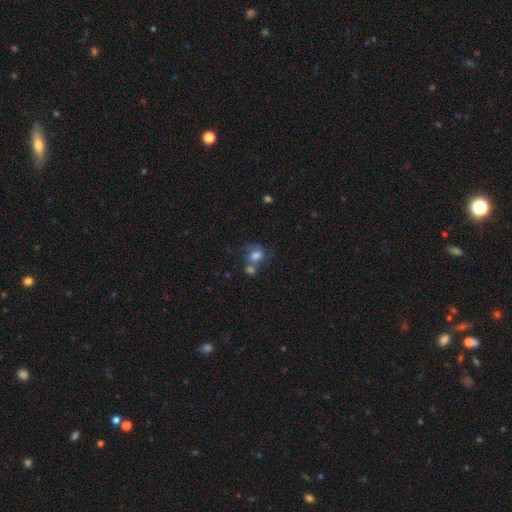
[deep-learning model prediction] Smooth or featured? smooth (67%)
How rounded? in between (62%)
Merging? merger (42%)